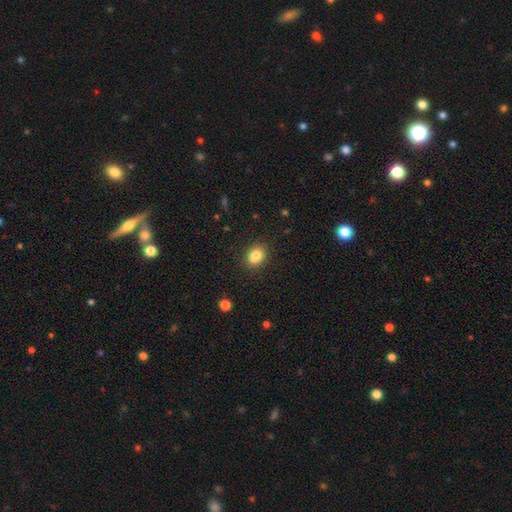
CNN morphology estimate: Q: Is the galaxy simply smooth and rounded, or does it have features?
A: smooth — 82%.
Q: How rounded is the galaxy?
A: in between — 66%.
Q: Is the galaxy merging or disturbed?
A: none — 73%.